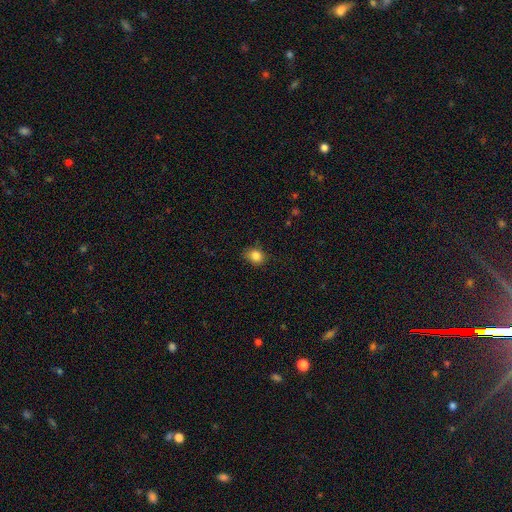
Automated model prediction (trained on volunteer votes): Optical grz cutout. It shows a smooth galaxy with no disk features (84%) that is round (57%). Merging: none (78%).